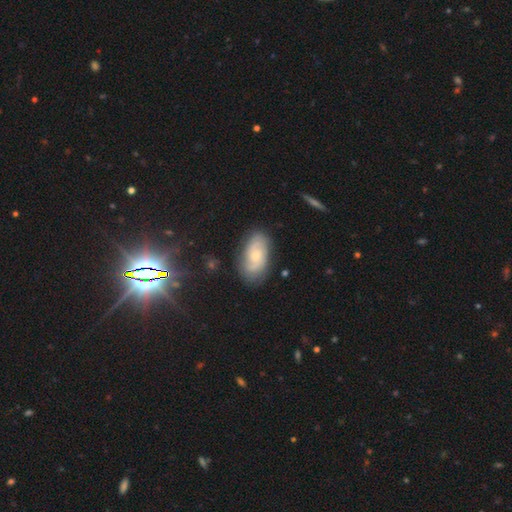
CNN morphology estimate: Smooth or featured? featured or disk (65%)
Edge-on disk? no (95%)
Bar? no (69%)
Spiral arms? yes (91%)
Spiral winding? tight (42%)
Spiral arm count? 2 (59%)
Bulge size? small (65%)
Merging? none (77%)